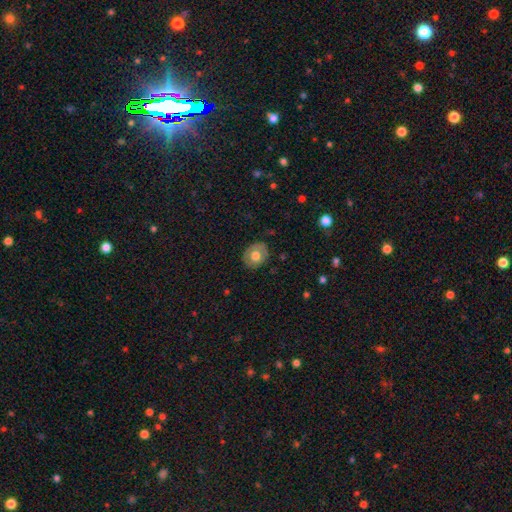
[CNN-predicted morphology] Q: Smooth or featured?
A: smooth (63%); runner-up: featured or disk (30%)
Q: How rounded?
A: round (57%); runner-up: in between (42%)
Q: Merging?
A: none (83%); runner-up: minor disturbance (13%)